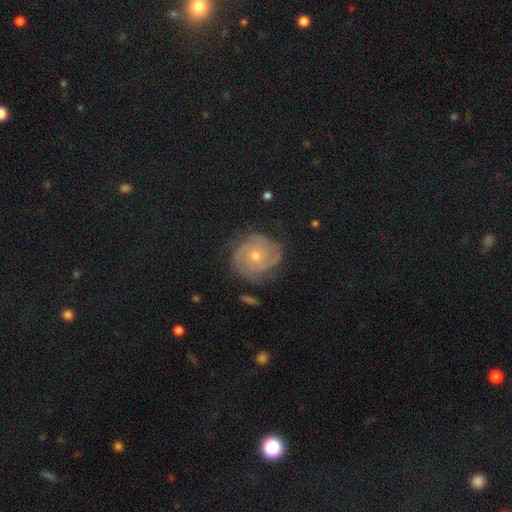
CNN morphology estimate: A featured or disk galaxy (79%) with no bar (81%), 3 (33%) tight (67%) spiral arms (94%) and a moderate central bulge (49%).

Vote fractions:
- Smooth or featured? featured or disk: 79% / smooth: 13% / star or artifact: 8%
- Edge-on disk? no: 97% / yes: 3%
- Bar? no: 81% / weak: 16% / strong: 3%
- Spiral arms? yes: 94% / no: 6%
- Spiral winding? tight: 67% / medium: 27% / loose: 6%
- Spiral arm count? 3: 33% / can't tell: 24% / 2: 23% / 4: 10% / 1: 5% / more than 4: 5%
- Bulge size? moderate: 49% / small: 48% / large: 1% / none: 1% / dominant: 1%
- Merging? none: 75% / minor disturbance: 18% / major disturbance: 5% / merger: 1%